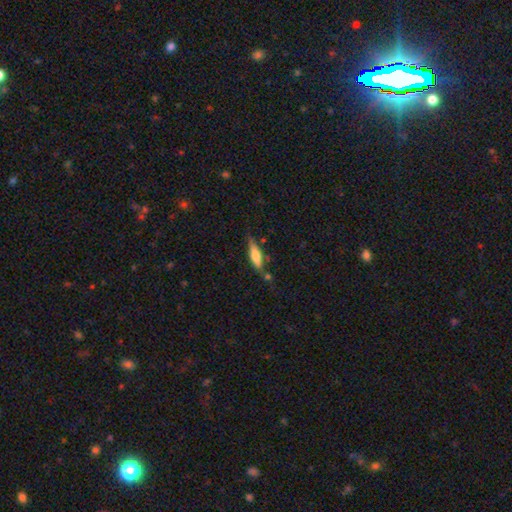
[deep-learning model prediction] smooth-or-featured: smooth: 55% | featured or disk: 38% | star or artifact: 7%
  how-rounded: cigar-shaped: 65% | in between: 33% | round: 2%
  merging: none: 65% | minor disturbance: 21% | merger: 8% | major disturbance: 6%